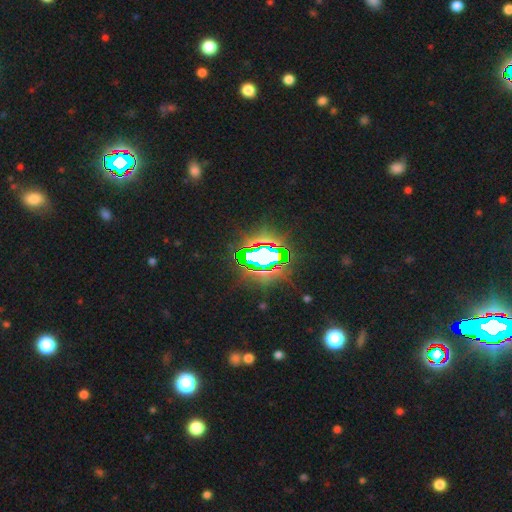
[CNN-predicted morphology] star or artifact 76%, smooth 13%, featured or disk 11%.